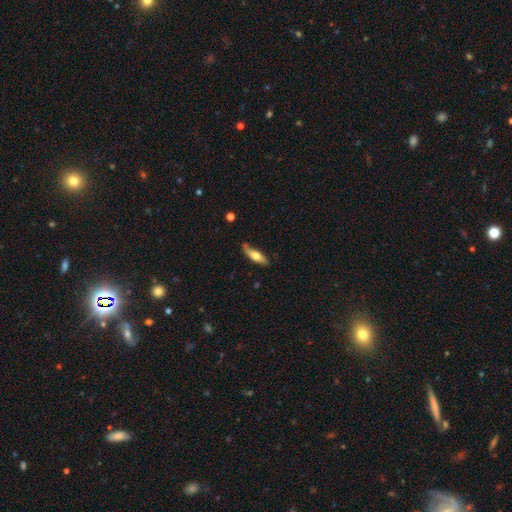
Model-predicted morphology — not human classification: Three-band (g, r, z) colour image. It shows a smooth galaxy with no disk features (57%) that is cigar-shaped (57%). Merging: none (73%).